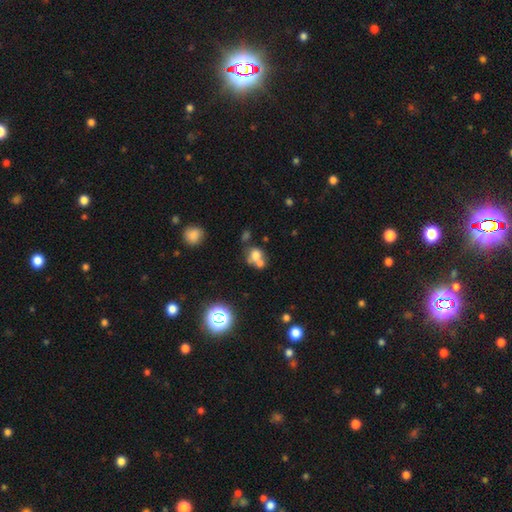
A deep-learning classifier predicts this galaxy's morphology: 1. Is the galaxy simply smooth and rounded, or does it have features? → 67% smooth, 17% featured or disk, 16% star or artifact.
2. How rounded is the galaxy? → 70% round, 29% in between, 1% cigar-shaped.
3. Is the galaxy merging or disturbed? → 51% merger, 35% none, 9% minor disturbance, 5% major disturbance.